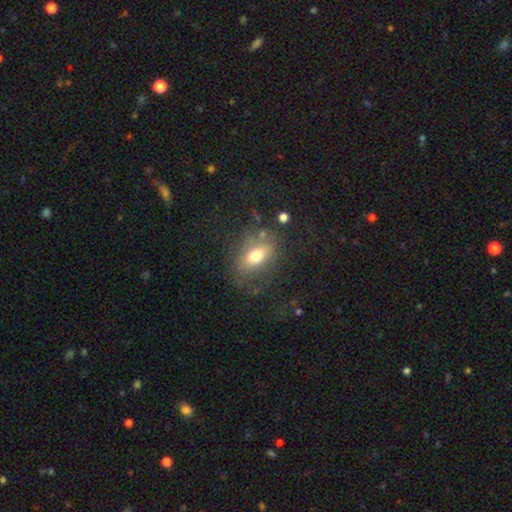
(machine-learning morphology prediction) Smooth or featured?
  - smooth: 67% *
  - featured or disk: 21%
  - star or artifact: 12%
How rounded?
  - in between: 75% *
  - round: 21%
  - cigar-shaped: 4%
Merging?
  - none: 62% *
  - minor disturbance: 20%
  - major disturbance: 13%
  - merger: 5%